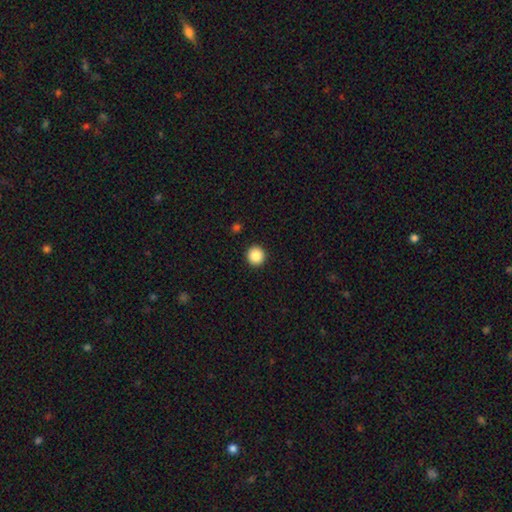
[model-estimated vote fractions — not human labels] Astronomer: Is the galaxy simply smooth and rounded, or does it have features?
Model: smooth — 87%.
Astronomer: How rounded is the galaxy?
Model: round — 95%.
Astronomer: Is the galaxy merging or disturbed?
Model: none — 94%.